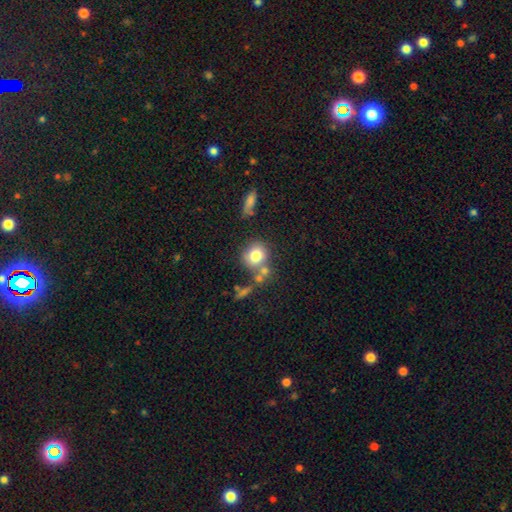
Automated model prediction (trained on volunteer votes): smooth-or-featured: smooth: 77% | featured or disk: 13% | star or artifact: 10%
  how-rounded: round: 79% | in between: 19% | cigar-shaped: 1%
  merging: none: 58% | merger: 23% | minor disturbance: 13% | major disturbance: 6%